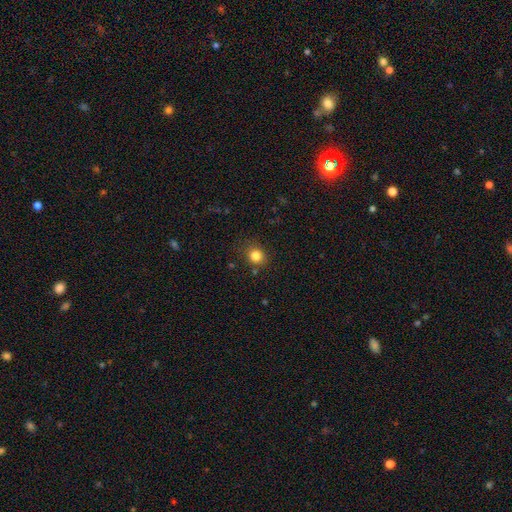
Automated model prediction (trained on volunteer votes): smooth_or_featured: smooth (p=0.83) [alt: star or artifact p=0.12]
how_rounded: round (p=0.80) [alt: in between p=0.19]
merging: none (p=0.82) [alt: minor disturbance p=0.12]